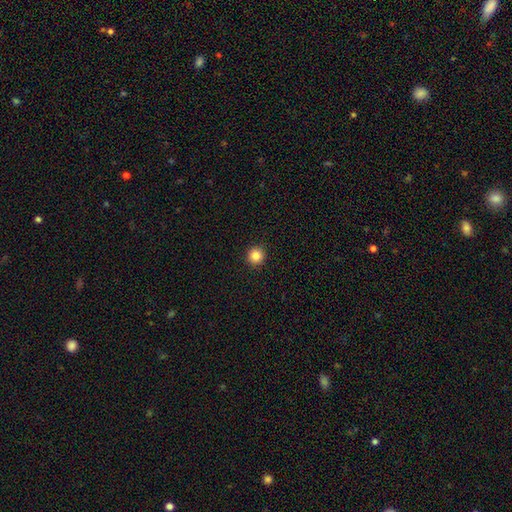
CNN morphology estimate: The model was most divided on "smooth or featured": smooth: 85%, star or artifact: 11%, featured or disk: 4%. More confident: how rounded — round (94%); merging — none (93%).